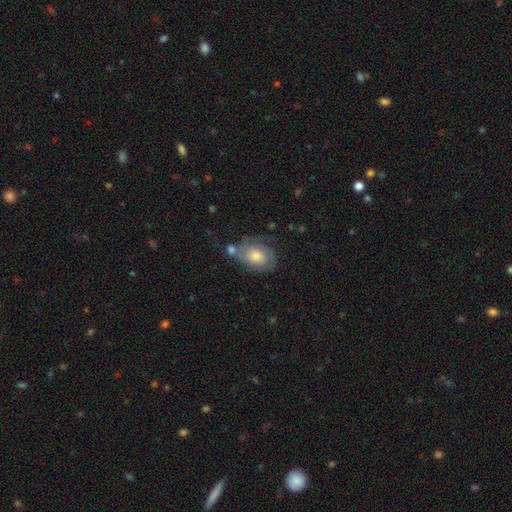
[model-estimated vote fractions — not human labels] A featured or disk galaxy (67%) with no bar (77%), 2 (54%) tight (58%) spiral arms (88%) and a moderate central bulge (60%).

Vote fractions:
- Smooth or featured? featured or disk: 67% / smooth: 25% / star or artifact: 8%
- Edge-on disk? no: 96% / yes: 4%
- Bar? no: 77% / weak: 20% / strong: 3%
- Spiral arms? yes: 88% / no: 12%
- Spiral winding? tight: 58% / medium: 32% / loose: 10%
- Spiral arm count? 2: 54% / can't tell: 24% / 1: 11% / 3: 7% / 4: 2% / more than 4: 2%
- Bulge size? moderate: 60% / small: 23% / large: 13% / none: 3% / dominant: 2%
- Merging? none: 54% / minor disturbance: 21% / merger: 12% / major disturbance: 12%